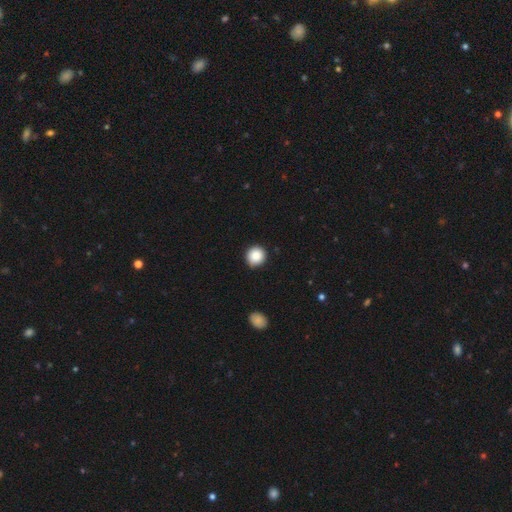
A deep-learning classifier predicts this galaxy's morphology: Smooth or featured?
  - smooth: 89% *
  - star or artifact: 8%
  - featured or disk: 3%
How rounded?
  - round: 93% *
  - in between: 6%
  - cigar-shaped: 1%
Merging?
  - none: 91% *
  - minor disturbance: 7%
  - major disturbance: 2%
  - merger: 1%